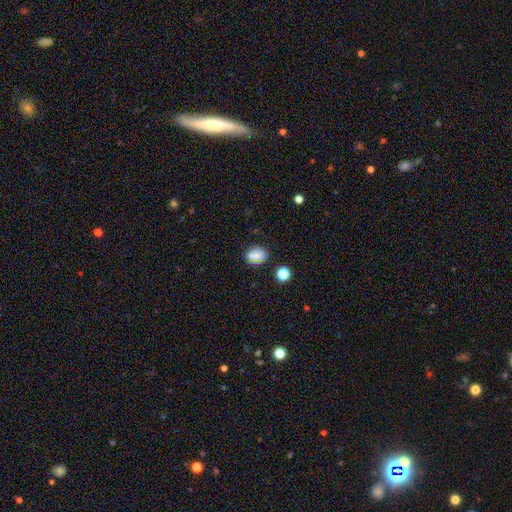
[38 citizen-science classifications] This appears to be a smooth galaxy with no disk features (74%) that is round (61%). Merging: none (74%).